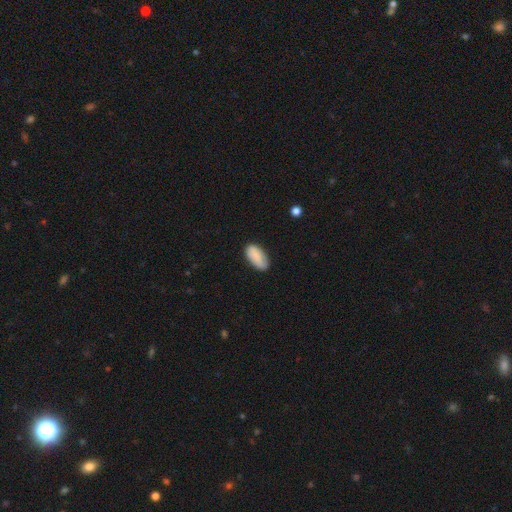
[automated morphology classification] smooth_or_featured: smooth (p=0.84) [alt: featured or disk p=0.09]
how_rounded: in between (p=0.93) [alt: cigar-shaped p=0.04]
merging: none (p=0.80) [alt: minor disturbance p=0.16]